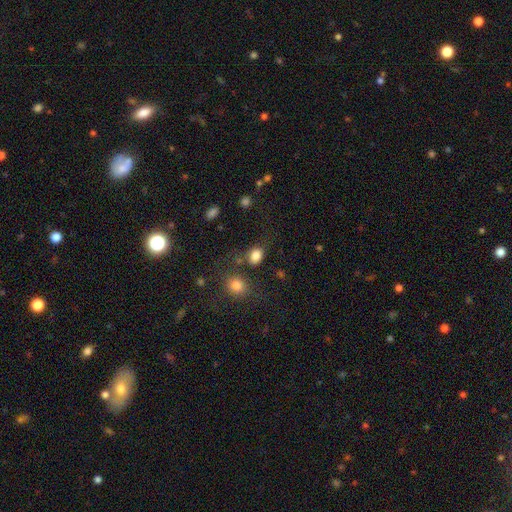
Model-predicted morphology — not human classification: A smooth galaxy with no disk features (84%) that is in between round and cigar-shaped (58%).

Vote fractions:
- Smooth or featured? smooth: 84% / star or artifact: 11% / featured or disk: 5%
- How rounded? in between: 58% / round: 41% / cigar-shaped: 1%
- Merging? none: 67% / minor disturbance: 16% / merger: 10% / major disturbance: 7%